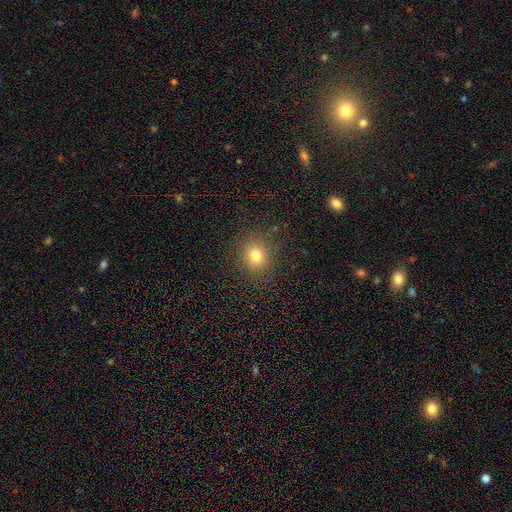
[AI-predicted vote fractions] Smooth or featured?
  - smooth: 77% *
  - star or artifact: 15%
  - featured or disk: 8%
How rounded?
  - round: 77% *
  - in between: 22%
  - cigar-shaped: 1%
Merging?
  - none: 86% *
  - minor disturbance: 9%
  - major disturbance: 4%
  - merger: 1%